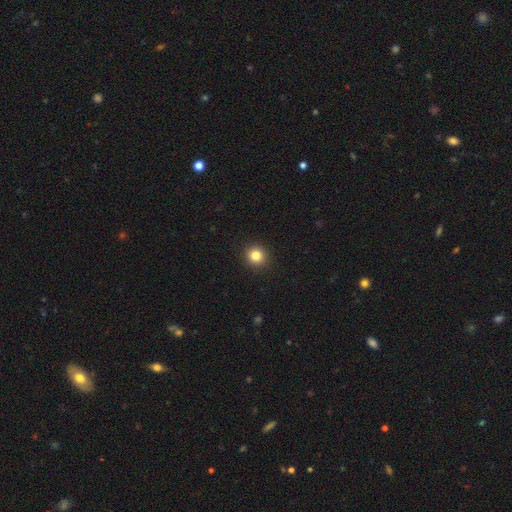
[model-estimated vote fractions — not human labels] Smooth or featured? smooth (82%)
How rounded? round (94%)
Merging? none (93%)